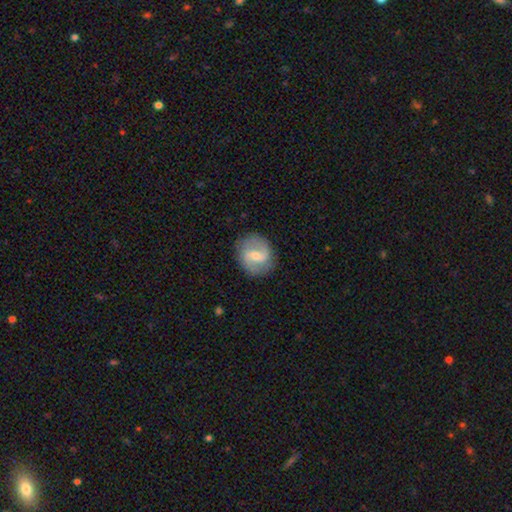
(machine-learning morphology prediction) type=featured or disk (74%); edge-on=no (98%); bar=weak (57%); spiral arms=yes (91%); winding=medium (48%); arm count=2 (90%); bulge=small (47%); merging=none (85%).